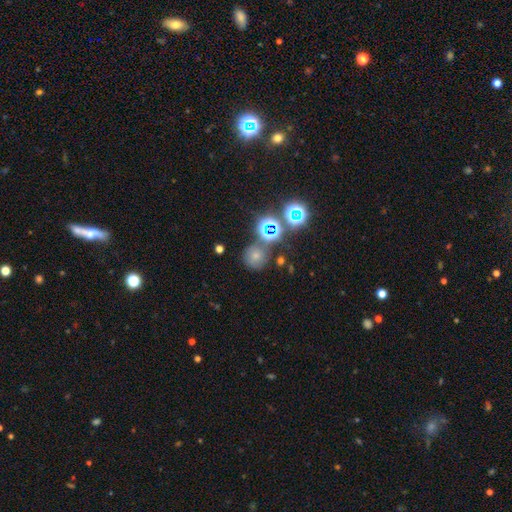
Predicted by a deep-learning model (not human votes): A smooth galaxy with no disk features (56%) that is round (90%).

Vote fractions:
- Smooth or featured? smooth: 56% / star or artifact: 31% / featured or disk: 13%
- How rounded? round: 90% / in between: 9% / cigar-shaped: 1%
- Merging? none: 70% / minor disturbance: 13% / merger: 12% / major disturbance: 5%